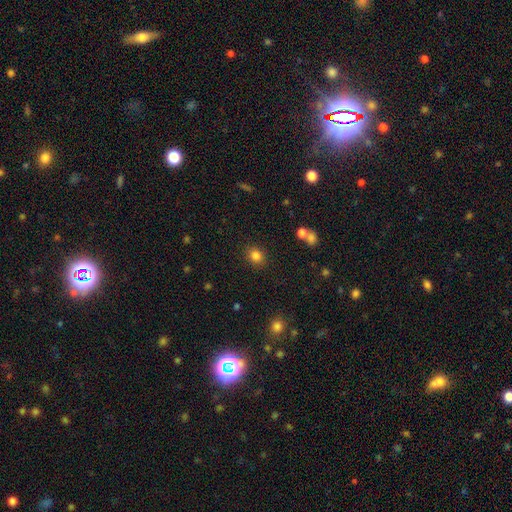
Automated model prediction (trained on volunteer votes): Morphology: type=smooth (83%); roundness=round (71%); merging=none (87%).